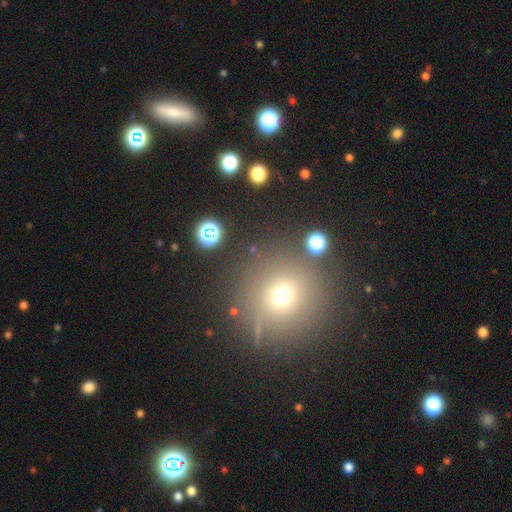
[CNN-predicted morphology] A smooth galaxy with no disk features (53%) that is round (92%). Merging: none (84%).